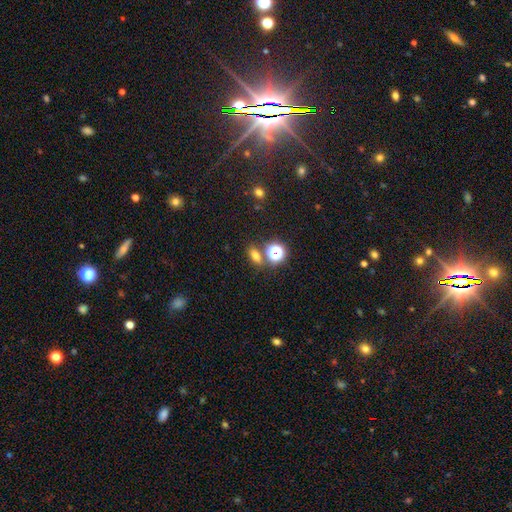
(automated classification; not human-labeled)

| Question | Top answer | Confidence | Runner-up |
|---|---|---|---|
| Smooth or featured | smooth | 62% | star or artifact (27%) |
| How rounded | in between | 63% | round (28%) |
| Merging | none | 73% | merger (14%) |